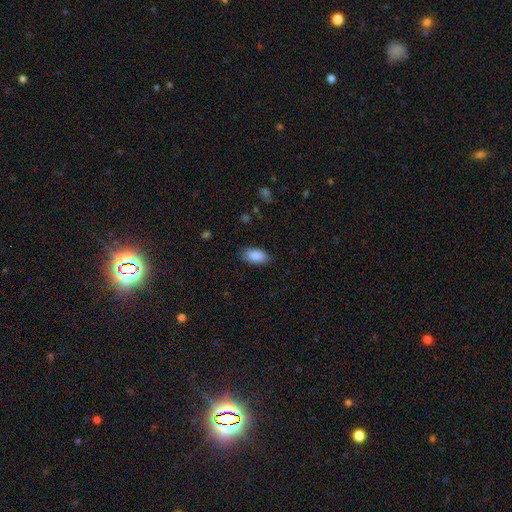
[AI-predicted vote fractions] Smooth or featured? smooth (89%)
How rounded? in between (94%)
Merging? none (84%)